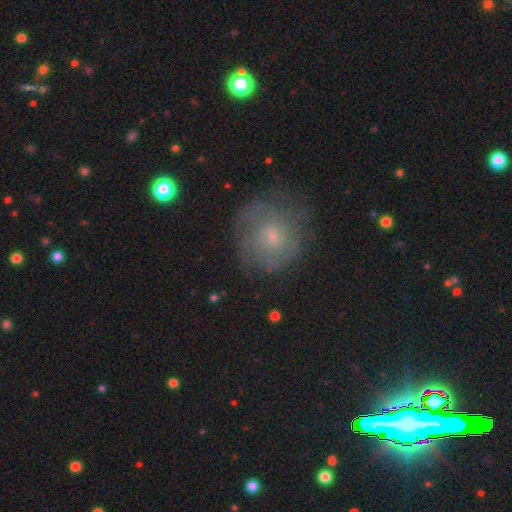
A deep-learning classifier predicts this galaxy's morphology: Smooth or featured?
  - smooth: 37% *
  - featured or disk: 34%
  - star or artifact: 29%
Merging?
  - none: 76% *
  - minor disturbance: 15%
  - major disturbance: 8%
  - merger: 1%